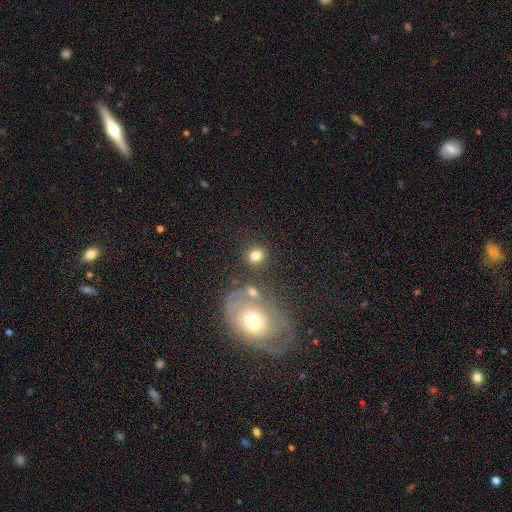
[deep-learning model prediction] Smooth or featured?
  - smooth: 79% *
  - featured or disk: 11%
  - star or artifact: 10%
How rounded?
  - round: 85% *
  - in between: 14%
  - cigar-shaped: 1%
Merging?
  - none: 76% *
  - merger: 10%
  - minor disturbance: 9%
  - major disturbance: 5%